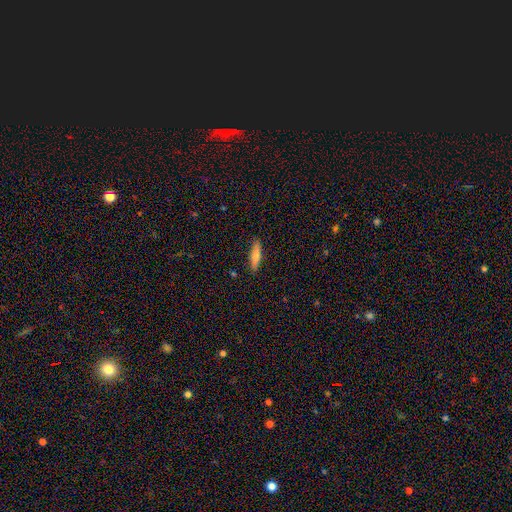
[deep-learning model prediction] Smooth or featured? smooth (69%)
How rounded? cigar-shaped (76%)
Merging? none (88%)